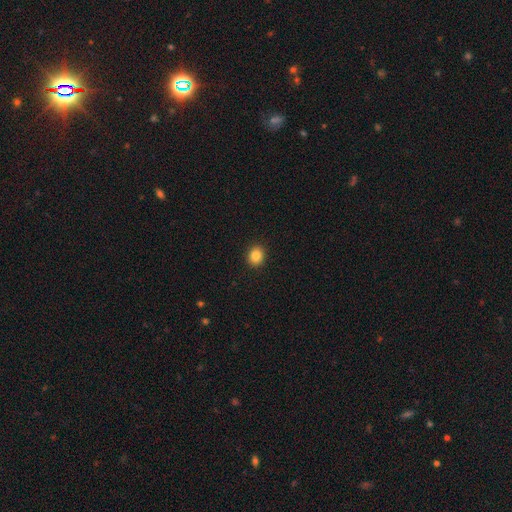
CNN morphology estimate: This appears to be a smooth galaxy with no disk features (86%) that is round (71%). Merging: none (92%).